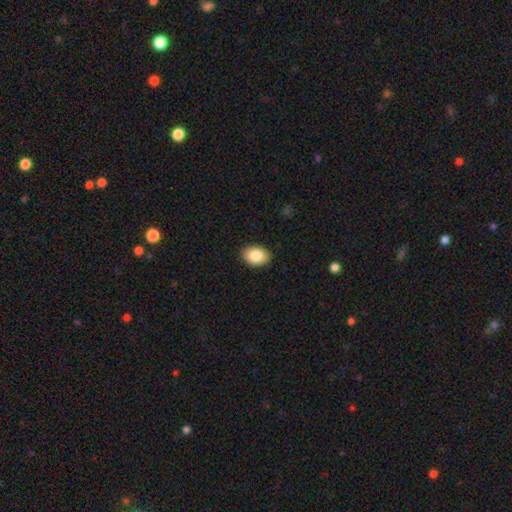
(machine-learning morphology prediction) Overall: smooth (85%). How rounded: in between (80%). Merging: none (89%).